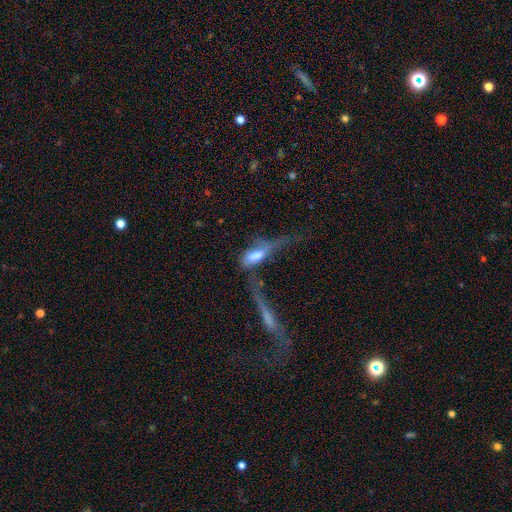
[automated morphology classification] smooth 50%, featured or disk 40%, star or artifact 10%. Down the decision tree: merging — major disturbance (42%).